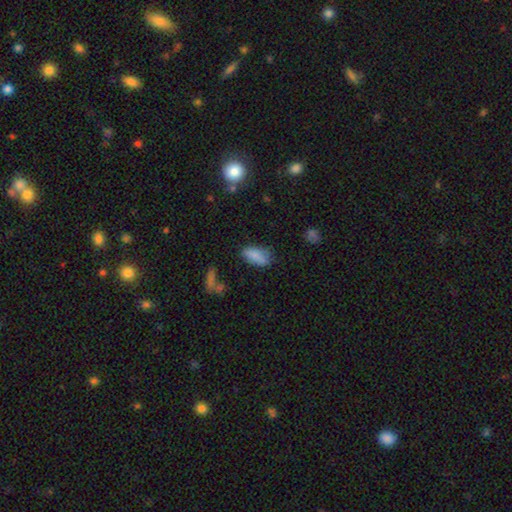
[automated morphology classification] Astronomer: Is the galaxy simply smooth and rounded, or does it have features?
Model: smooth — 81%.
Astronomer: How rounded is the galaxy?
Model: in between — 88%.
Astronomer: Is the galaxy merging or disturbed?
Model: none — 65%.